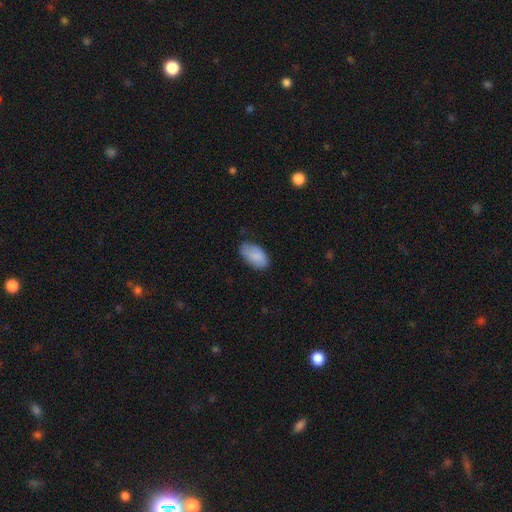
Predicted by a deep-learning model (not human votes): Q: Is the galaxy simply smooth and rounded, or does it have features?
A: smooth — 86%.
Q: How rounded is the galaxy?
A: in between — 95%.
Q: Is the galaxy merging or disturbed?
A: none — 68%.